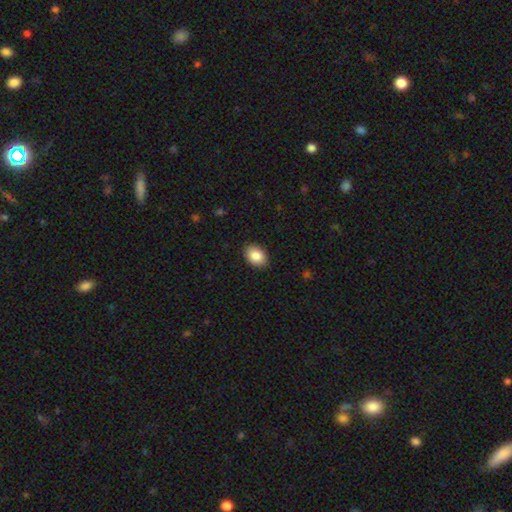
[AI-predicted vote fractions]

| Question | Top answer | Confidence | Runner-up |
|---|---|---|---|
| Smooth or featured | smooth | 87% | star or artifact (7%) |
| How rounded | in between | 79% | round (20%) |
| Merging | none | 89% | minor disturbance (8%) |